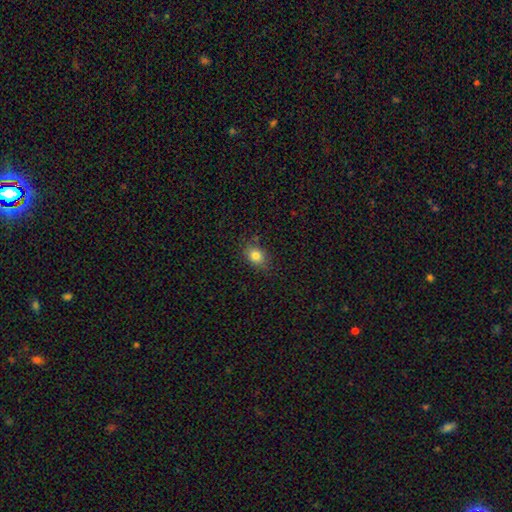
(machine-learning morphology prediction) This is clearly a smooth galaxy (81%). How rounded: possibly in between (60%). Merging: likely none (79%).